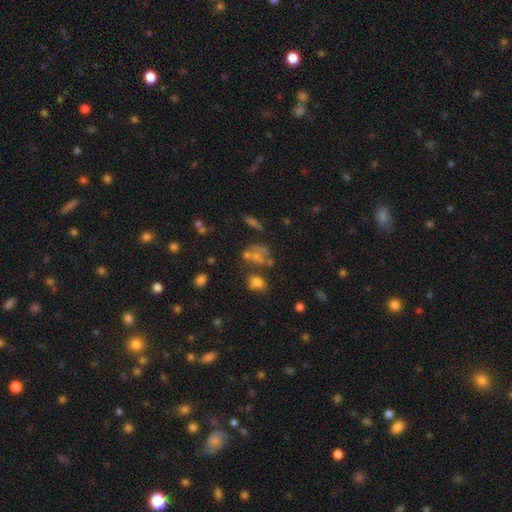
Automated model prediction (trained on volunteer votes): Smooth or featured? smooth (50%)
How rounded? in between (57%)
Merging? merger (35%)